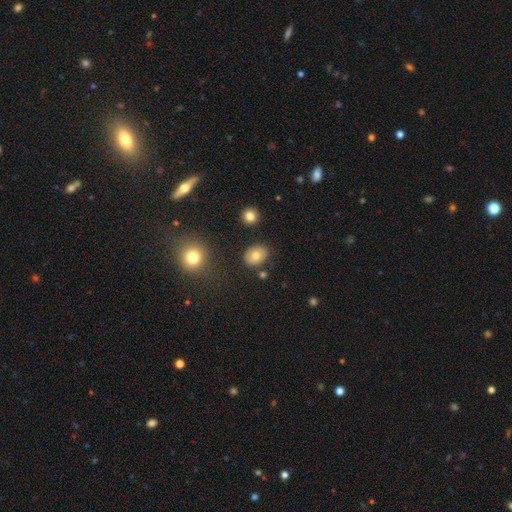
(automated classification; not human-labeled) Morphology: type=smooth (75%); roundness=in between (64%); merging=none (83%).